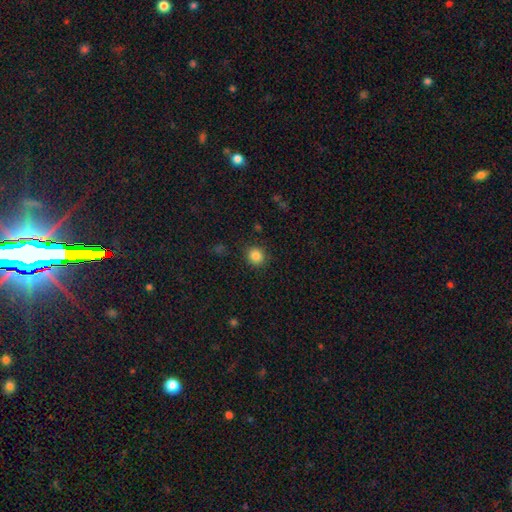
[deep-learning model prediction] Smooth or featured: smooth — 85% (star or artifact — 11%)
How rounded: round — 88% (in between — 11%)
Merging: none — 89% (minor disturbance — 7%)